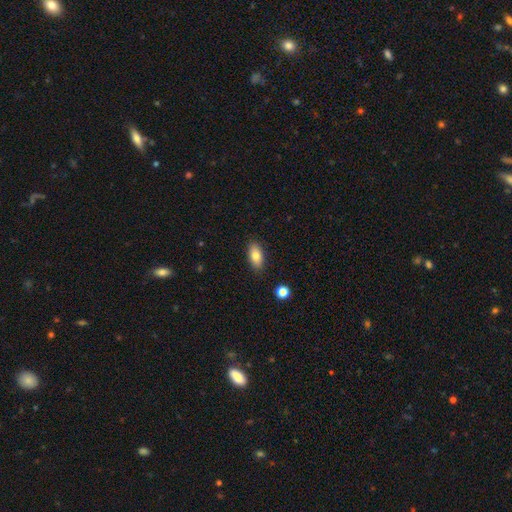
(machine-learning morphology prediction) type=smooth (81%); roundness=in between (89%); merging=none (87%).